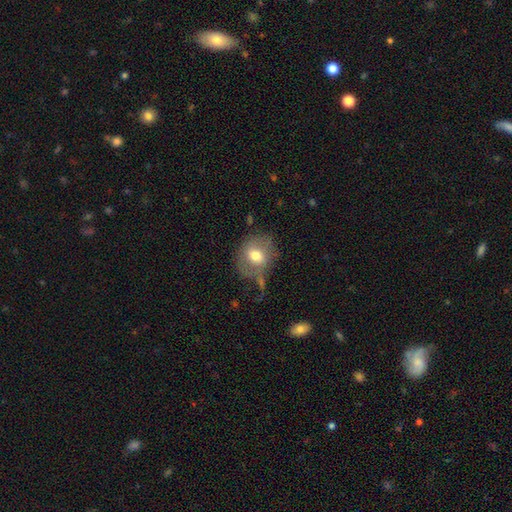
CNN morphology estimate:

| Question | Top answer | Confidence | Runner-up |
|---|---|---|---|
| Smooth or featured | smooth | 65% | featured or disk (27%) |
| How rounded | round | 64% | in between (35%) |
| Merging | none | 51% | minor disturbance (23%) |